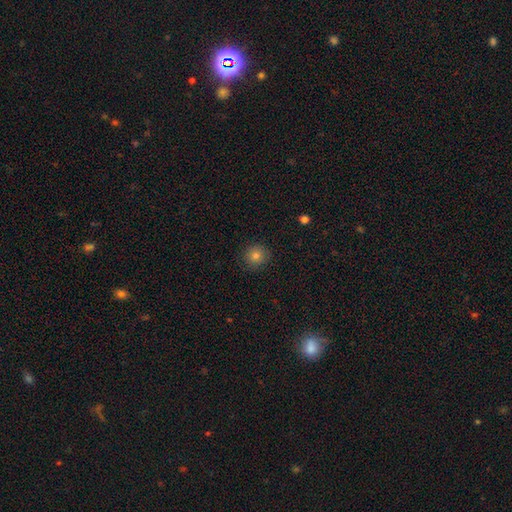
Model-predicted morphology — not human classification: The model was most divided on "smooth or featured": smooth: 80%, star or artifact: 12%, featured or disk: 7%. More confident: how rounded — round (91%); merging — none (89%).